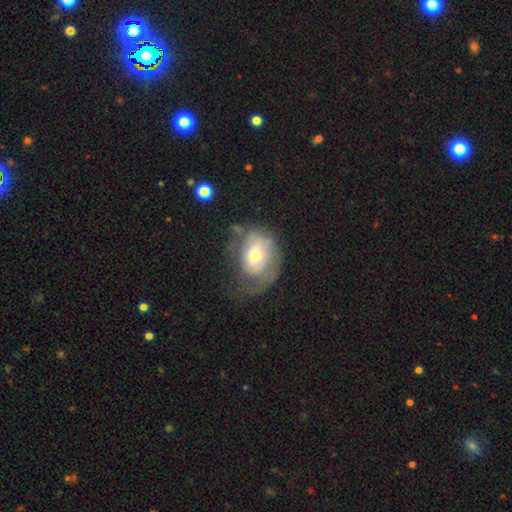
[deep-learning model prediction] Smooth or featured? featured or disk (51%)
Edge-on disk? no (94%)
Merging? major disturbance (35%)